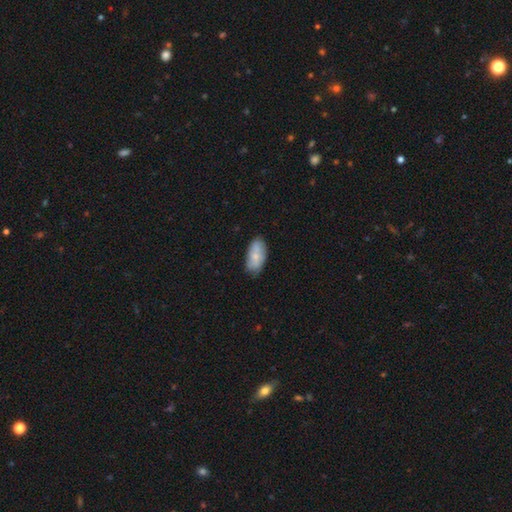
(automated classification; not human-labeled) smooth_or_featured: smooth (p=0.70) [alt: featured or disk p=0.23]
how_rounded: in between (p=0.93) [alt: cigar-shaped p=0.04]
merging: none (p=0.72) [alt: minor disturbance p=0.22]